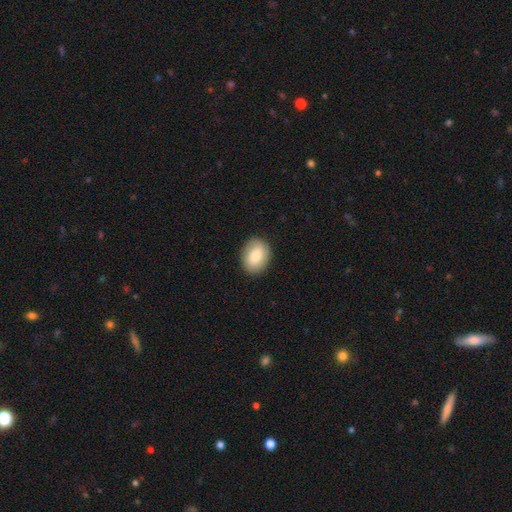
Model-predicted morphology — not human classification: Smooth or featured?
  - smooth: 81% *
  - featured or disk: 12%
  - star or artifact: 7%
How rounded?
  - in between: 67% *
  - round: 32%
  - cigar-shaped: 1%
Merging?
  - none: 88% *
  - minor disturbance: 9%
  - major disturbance: 2%
  - merger: 1%